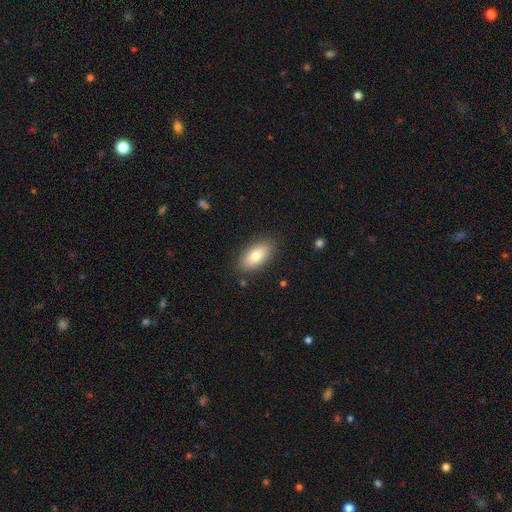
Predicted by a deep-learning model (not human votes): A smooth galaxy with no disk features (78%) that is in between round and cigar-shaped (91%).

Vote fractions:
- Smooth or featured? smooth: 78% / featured or disk: 15% / star or artifact: 7%
- How rounded? in between: 91% / cigar-shaped: 6% / round: 3%
- Merging? none: 86% / minor disturbance: 10% / major disturbance: 3% / merger: 1%